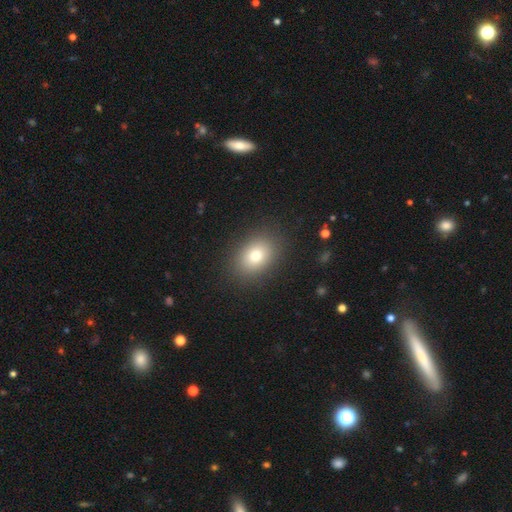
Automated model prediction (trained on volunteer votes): Smooth or featured? smooth (78%)
How rounded? in between (67%)
Merging? none (88%)